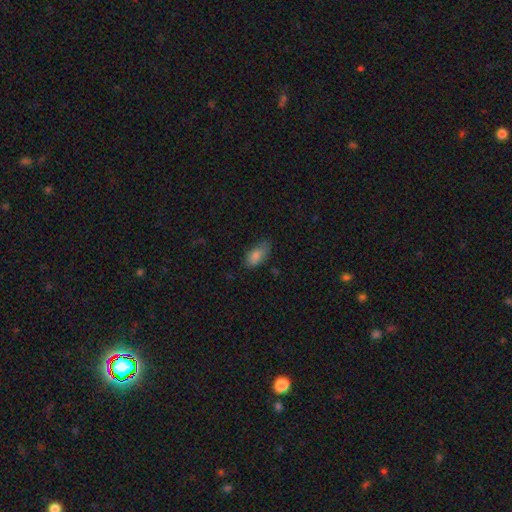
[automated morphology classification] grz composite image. It shows a smooth galaxy with no disk features (83%) that is in between round and cigar-shaped (87%). Merging: none (63%).